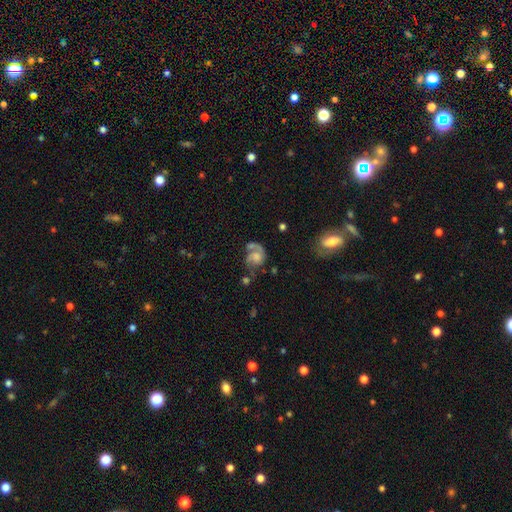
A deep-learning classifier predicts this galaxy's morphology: Smooth or featured? Predicted: featured or disk (p=0.73). Edge-on disk? Predicted: no (p=0.98). Bar? Predicted: no (p=0.72). Spiral arms? Predicted: yes (p=0.91). Spiral winding? Predicted: medium (p=0.45). Spiral arm count? Predicted: 2 (p=0.52). Bulge size? Predicted: moderate (p=0.29). Merging? Predicted: none (p=0.41).